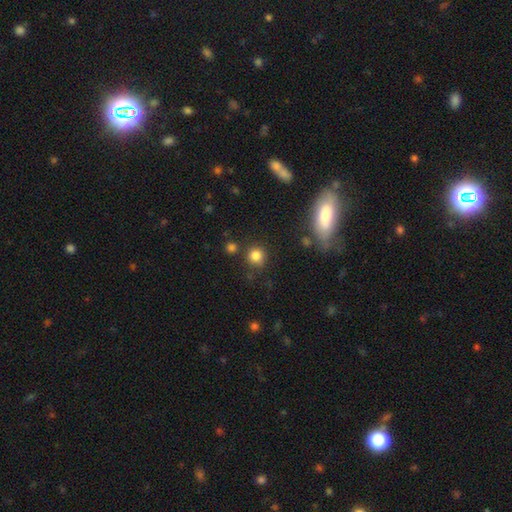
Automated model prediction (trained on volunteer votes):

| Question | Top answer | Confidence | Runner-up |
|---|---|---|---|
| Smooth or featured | smooth | 83% | star or artifact (12%) |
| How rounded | round | 90% | in between (9%) |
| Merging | none | 80% | minor disturbance (10%) |